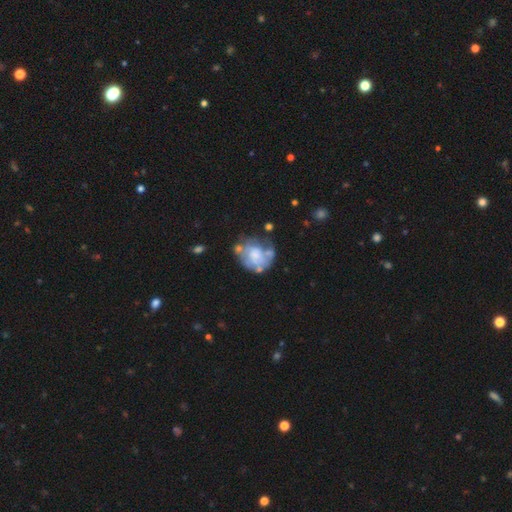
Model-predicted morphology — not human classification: Overall: featured or disk (55%; smooth 37%). Edge-on disk: no (98%). Bar: no (85%). Spiral arms: no (64%; yes 36%). Bulge size: moderate (38%; small 29%). Merging: none (43%; minor disturbance 25%).